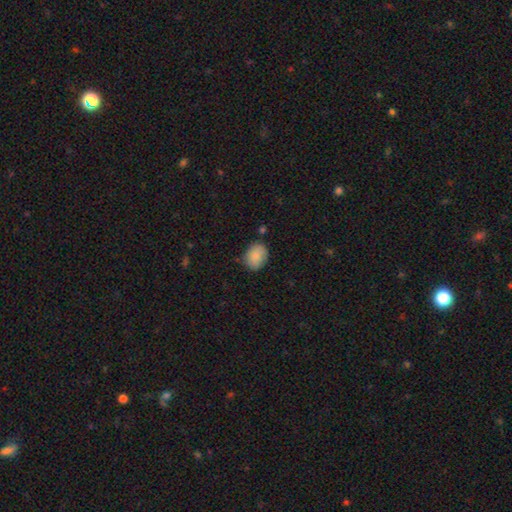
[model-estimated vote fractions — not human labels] Smooth or featured?
  - smooth: 85% *
  - star or artifact: 7%
  - featured or disk: 7%
How rounded?
  - in between: 59% *
  - round: 40%
  - cigar-shaped: 1%
Merging?
  - none: 76% *
  - minor disturbance: 18%
  - major disturbance: 4%
  - merger: 2%